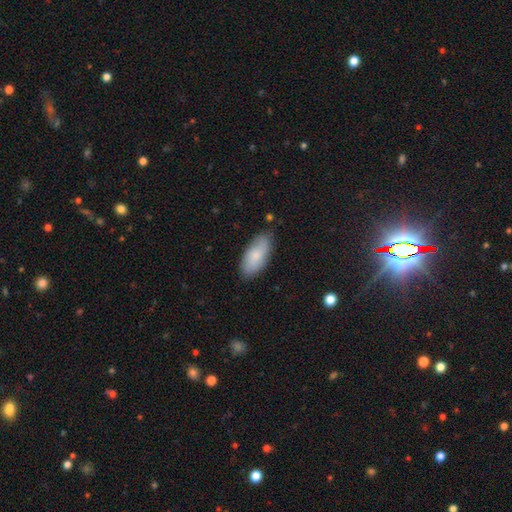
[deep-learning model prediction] smooth-or-featured: smooth: 75% | featured or disk: 19% | star or artifact: 6%
  how-rounded: in between: 89% | cigar-shaped: 9% | round: 2%
  merging: none: 81% | minor disturbance: 15% | major disturbance: 3% | merger: 2%